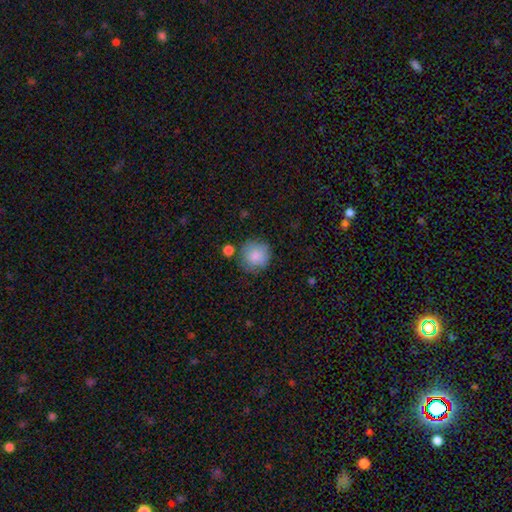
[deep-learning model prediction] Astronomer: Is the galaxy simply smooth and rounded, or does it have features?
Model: smooth — 85%.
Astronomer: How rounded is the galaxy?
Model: round — 93%.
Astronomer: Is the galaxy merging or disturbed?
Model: none — 75%.